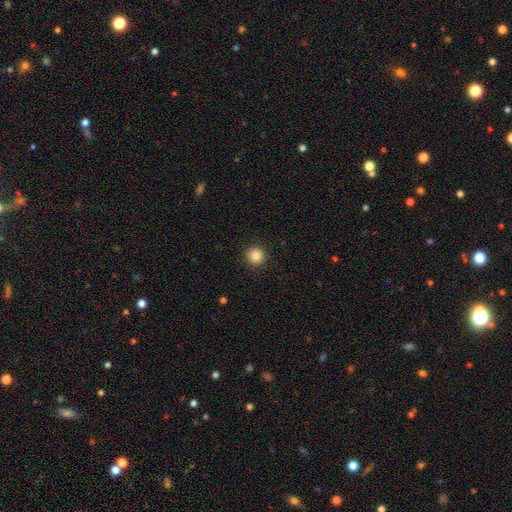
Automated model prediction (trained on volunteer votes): smooth_or_featured: smooth (p=0.86) [alt: star or artifact p=0.10]
how_rounded: round (p=0.95) [alt: in between p=0.04]
merging: none (p=0.92) [alt: minor disturbance p=0.05]